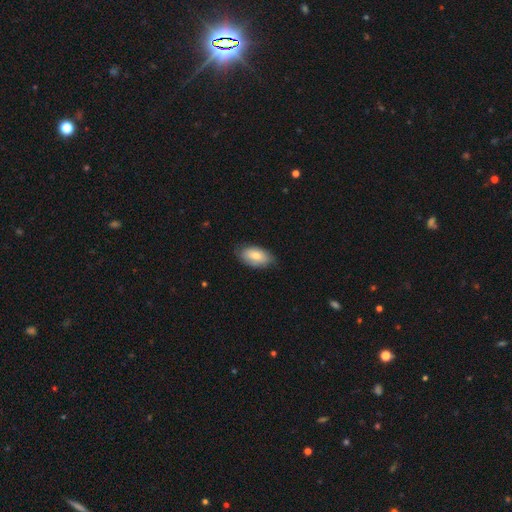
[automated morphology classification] type=smooth (77%); roundness=in between (93%); merging=none (75%).